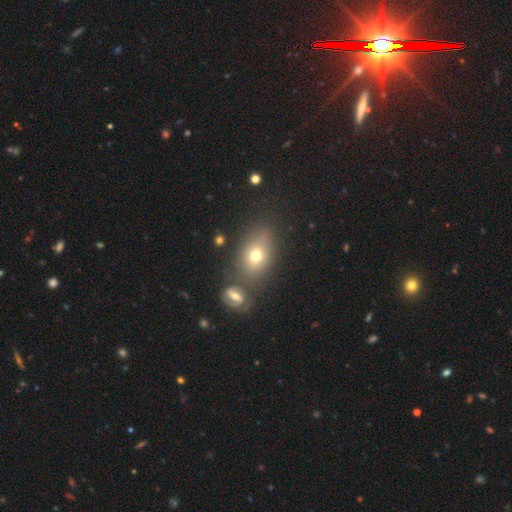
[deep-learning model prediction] This is likely a smooth galaxy (69%). How rounded: likely in between (69%). Merging: likely none (62%).